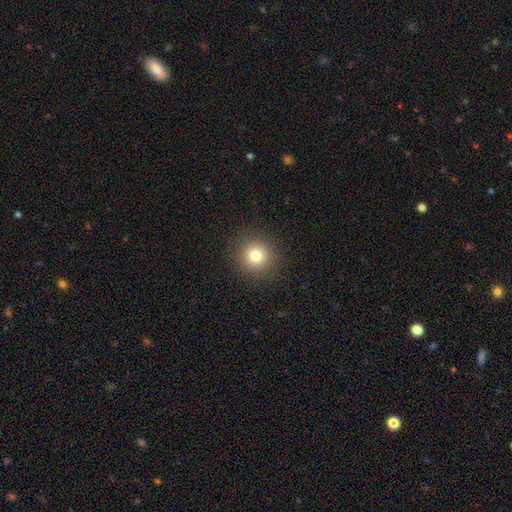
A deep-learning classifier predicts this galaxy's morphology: The model was most divided on "smooth or featured": smooth: 79%, star or artifact: 13%, featured or disk: 8%. More confident: how rounded — round (94%); merging — none (91%).